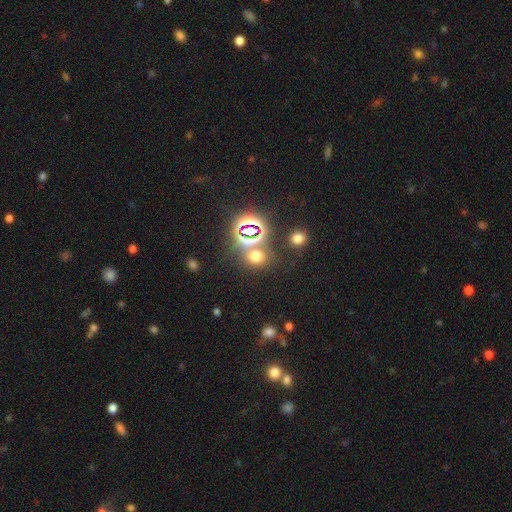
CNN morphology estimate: smooth 50%, star or artifact 43%, featured or disk 7%. Down the decision tree: how rounded — round (74%); merging — none (72%).